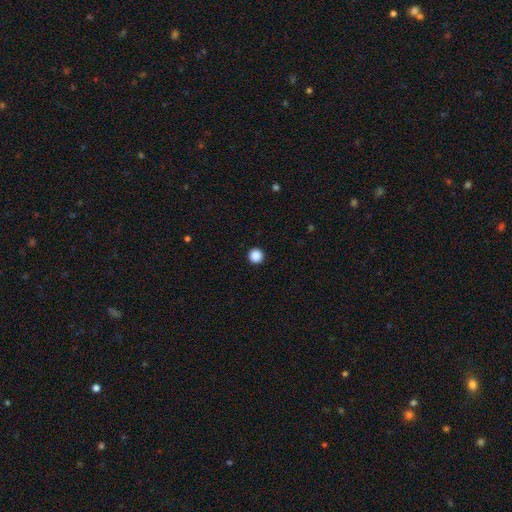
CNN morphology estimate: Smooth or featured? smooth (88%)
How rounded? round (97%)
Merging? none (94%)